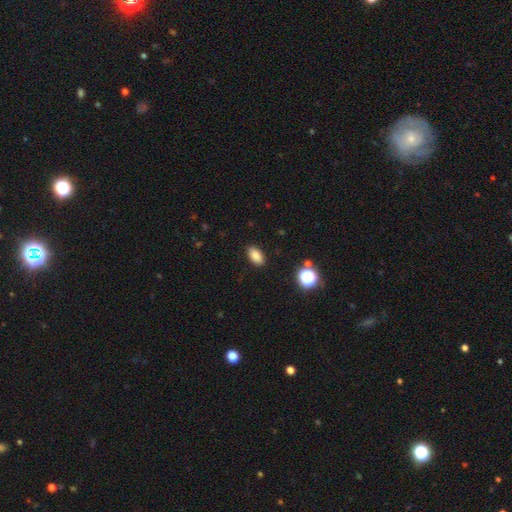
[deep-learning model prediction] Q: Smooth or featured?
A: smooth (84%); runner-up: star or artifact (11%)
Q: How rounded?
A: in between (90%); runner-up: round (7%)
Q: Merging?
A: none (88%); runner-up: minor disturbance (8%)